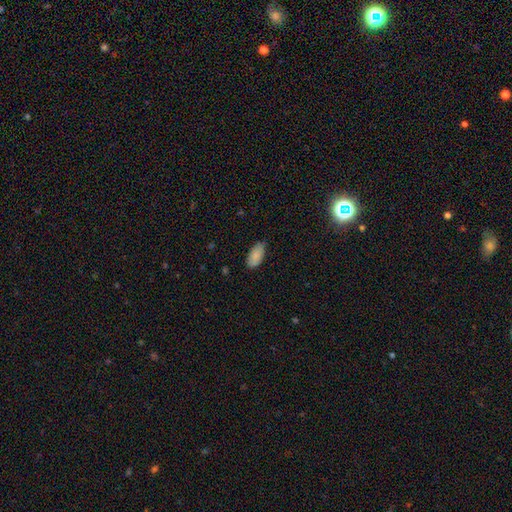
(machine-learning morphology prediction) This is clearly a smooth galaxy (88%). How rounded: clearly in between (92%). Merging: likely none (74%).